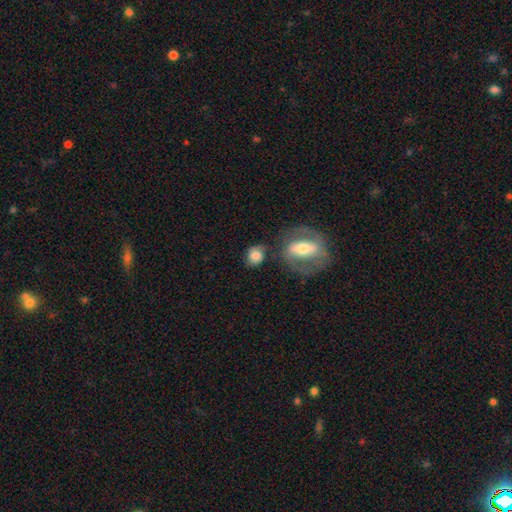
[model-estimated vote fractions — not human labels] smooth-or-featured: smooth: 67% | featured or disk: 25% | star or artifact: 8%
  how-rounded: round: 59% | in between: 39% | cigar-shaped: 2%
  merging: none: 58% | merger: 19% | minor disturbance: 16% | major disturbance: 7%